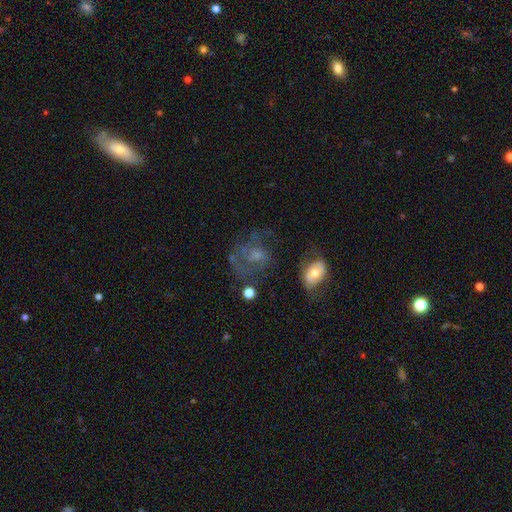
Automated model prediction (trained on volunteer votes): Smooth or featured? featured or disk (53%)
Edge-on disk? no (97%)
Bar? no (77%)
Spiral arms? yes (56%)
Bulge size? small (36%)
Merging? none (41%)